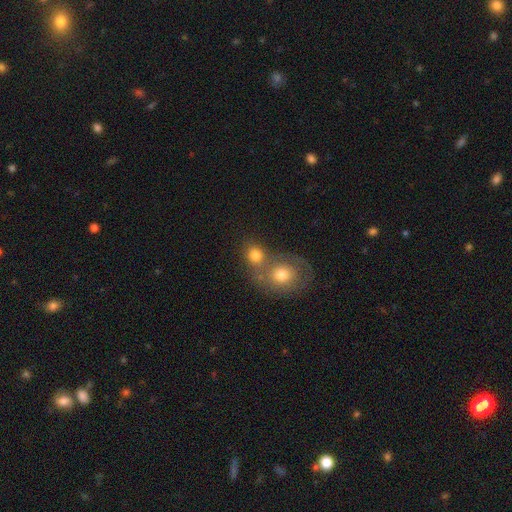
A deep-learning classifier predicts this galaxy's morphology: smooth-or-featured: smooth: 73% | featured or disk: 16% | star or artifact: 11%
  how-rounded: round: 71% | in between: 27% | cigar-shaped: 1%
  merging: merger: 52% | none: 36% | minor disturbance: 8% | major disturbance: 4%